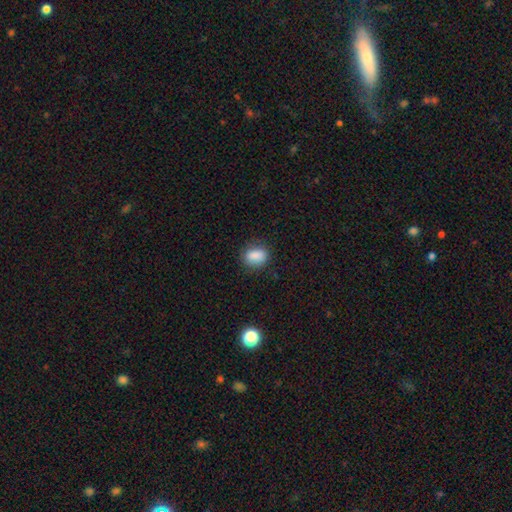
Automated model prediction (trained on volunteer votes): Smooth or featured? Predicted: smooth (p=0.86). How rounded? Predicted: in between (p=0.68). Merging? Predicted: none (p=0.79).